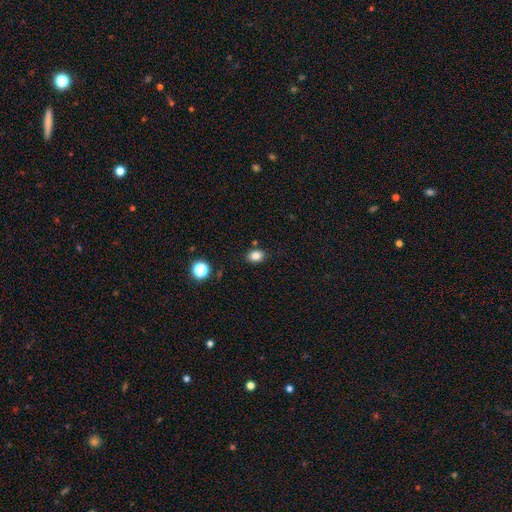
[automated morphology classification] Q: Smooth or featured?
A: smooth (83%); runner-up: star or artifact (12%)
Q: How rounded?
A: in between (60%); runner-up: round (39%)
Q: Merging?
A: none (84%); runner-up: minor disturbance (11%)